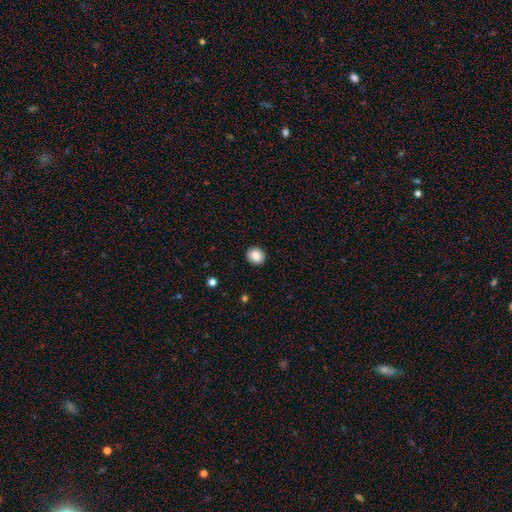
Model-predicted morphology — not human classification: The model was most divided on "how rounded": round: 79%, in between: 20%, cigar-shaped: 1%. More confident: merging — none (92%); smooth or featured — smooth (85%).